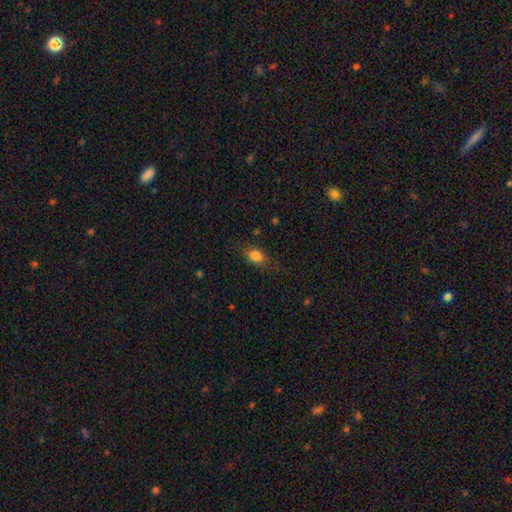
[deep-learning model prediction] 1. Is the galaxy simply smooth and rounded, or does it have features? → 81% smooth, 9% star or artifact, 9% featured or disk.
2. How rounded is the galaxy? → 78% in between, 17% round, 5% cigar-shaped.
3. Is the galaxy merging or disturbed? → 73% none, 19% minor disturbance, 7% major disturbance, 1% merger.